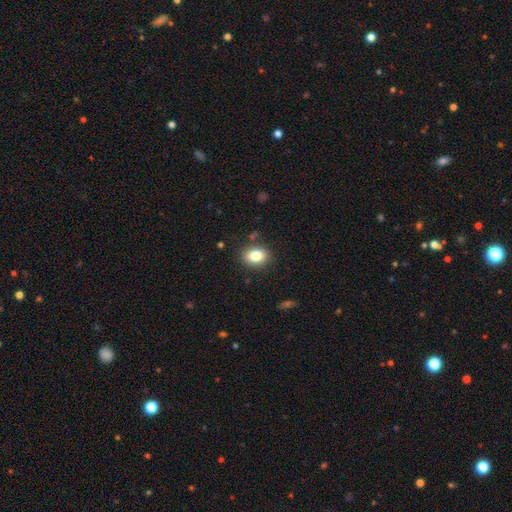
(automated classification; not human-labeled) Smooth or featured? Predicted: smooth (p=0.81). How rounded? Predicted: in between (p=0.68). Merging? Predicted: none (p=0.86).